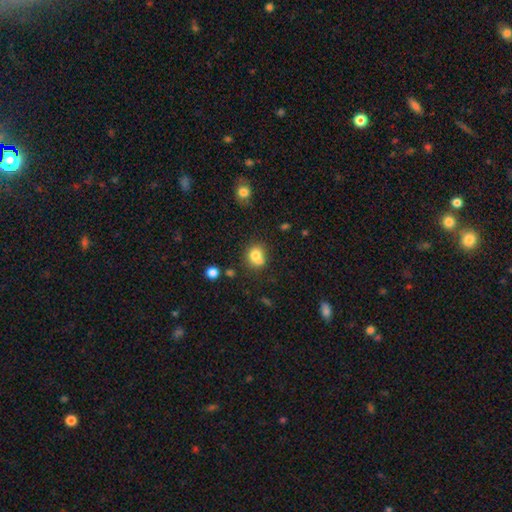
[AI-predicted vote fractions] smooth-or-featured: smooth: 76% | featured or disk: 12% | star or artifact: 11%
  how-rounded: round: 68% | in between: 31% | cigar-shaped: 1%
  merging: none: 43% | merger: 33% | minor disturbance: 17% | major disturbance: 7%